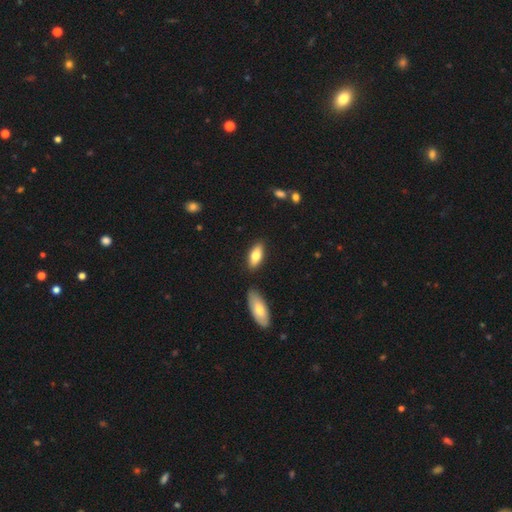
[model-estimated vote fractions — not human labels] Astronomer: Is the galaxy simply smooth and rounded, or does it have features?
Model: smooth — 74%.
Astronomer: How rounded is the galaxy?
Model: in between — 80%.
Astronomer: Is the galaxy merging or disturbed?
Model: none — 83%.